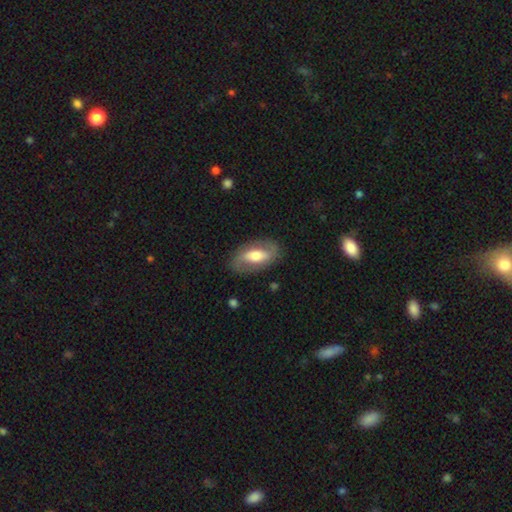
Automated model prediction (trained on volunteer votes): Smooth or featured: featured or disk — 62% (smooth — 33%)
Edge-on disk: no — 89% (yes — 11%)
Bar: strong — 40% (weak — 33%)
Spiral arms: yes — 69% (no — 31%)
Bulge size: moderate — 61% (large — 18%)
Merging: none — 80% (minor disturbance — 13%)